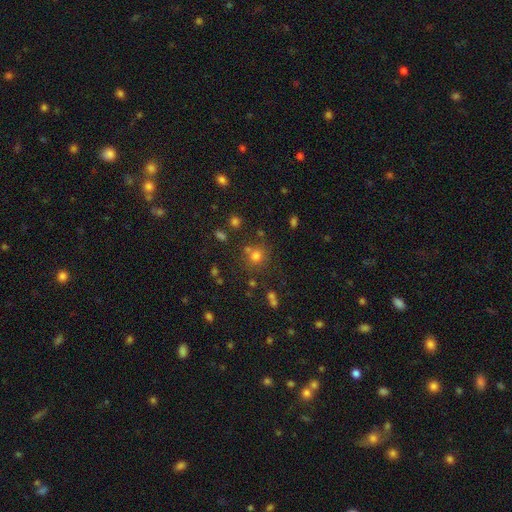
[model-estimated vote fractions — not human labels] smooth 70%, star or artifact 21%, featured or disk 9%. Down the decision tree: how rounded — round (88%); merging — none (70%).